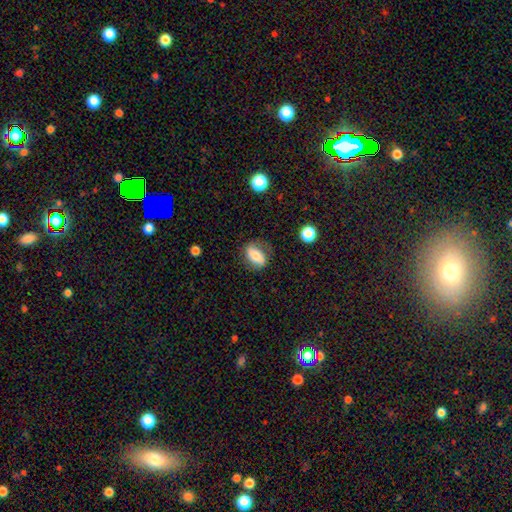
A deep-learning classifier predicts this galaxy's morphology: Smooth or featured? smooth (67%)
How rounded? in between (83%)
Merging? none (70%)